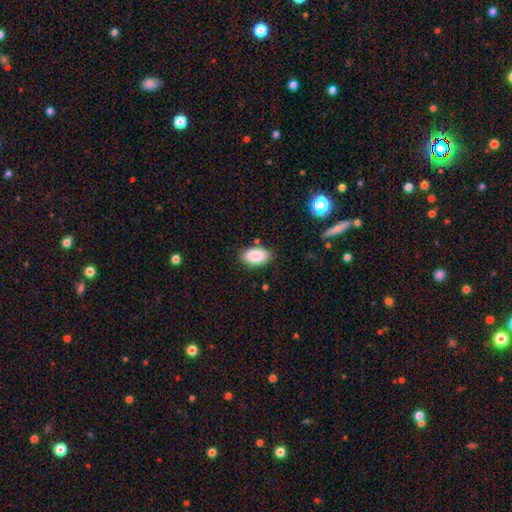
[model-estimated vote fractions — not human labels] Smooth or featured?
  - smooth: 88% *
  - star or artifact: 7%
  - featured or disk: 5%
How rounded?
  - in between: 94% *
  - round: 4%
  - cigar-shaped: 2%
Merging?
  - none: 84% *
  - minor disturbance: 12%
  - major disturbance: 3%
  - merger: 2%